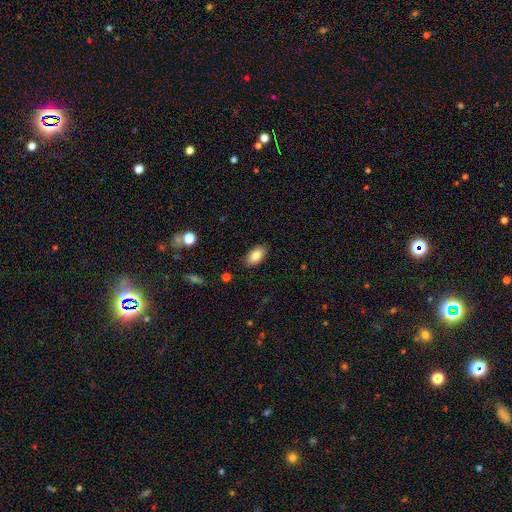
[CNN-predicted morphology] This appears to be a smooth galaxy with no disk features (83%) that is in between round and cigar-shaped (92%). Merging: none (87%).